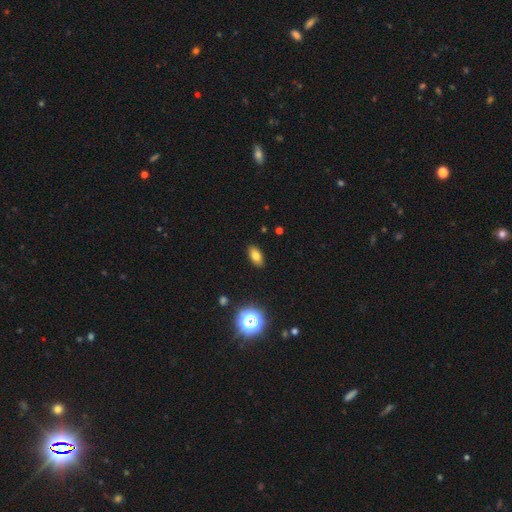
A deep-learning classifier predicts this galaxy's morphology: type=smooth (78%); roundness=in between (89%); merging=none (89%).